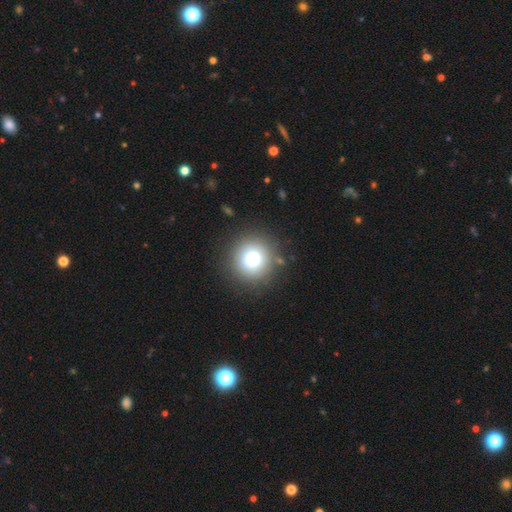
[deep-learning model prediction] The model was most divided on "smooth or featured": smooth: 80%, star or artifact: 11%, featured or disk: 9%. More confident: how rounded — round (94%); merging — none (86%).